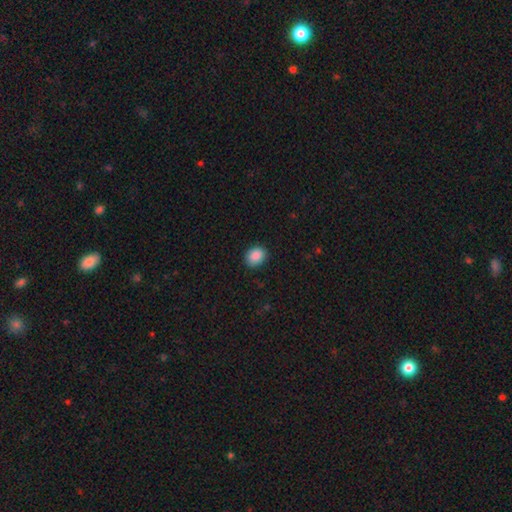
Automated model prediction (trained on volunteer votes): The model was most divided on "how rounded": in between: 50%, round: 49%, cigar-shaped: 1%. More confident: smooth or featured — smooth (88%); merging — none (88%).